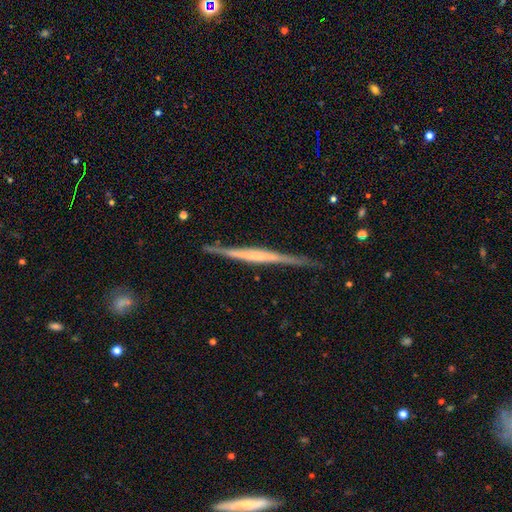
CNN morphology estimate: Overall: featured or disk (72%). Edge-on disk: yes (98%). Edge-on bulge: none (61%). Merging: none (87%).